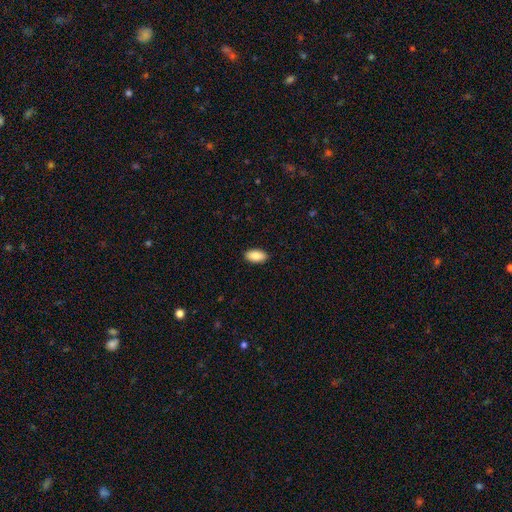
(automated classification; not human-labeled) Smooth or featured? Predicted: smooth (p=0.88). How rounded? Predicted: in between (p=0.94). Merging? Predicted: none (p=0.90).